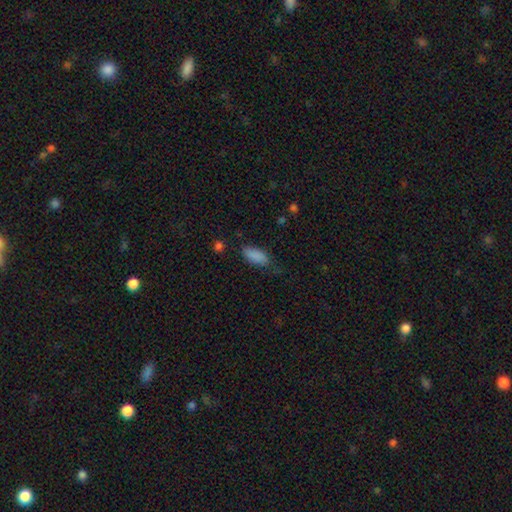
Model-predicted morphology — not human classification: Smooth or featured? Predicted: smooth (p=0.87). How rounded? Predicted: in between (p=0.86). Merging? Predicted: none (p=0.69).